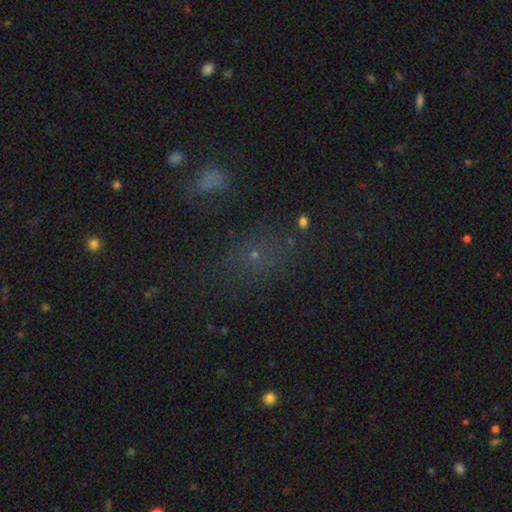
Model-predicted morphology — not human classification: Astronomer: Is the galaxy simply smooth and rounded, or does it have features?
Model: smooth — 47% (runner-up: star or artifact, 38%).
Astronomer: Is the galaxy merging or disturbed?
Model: none — 65%.